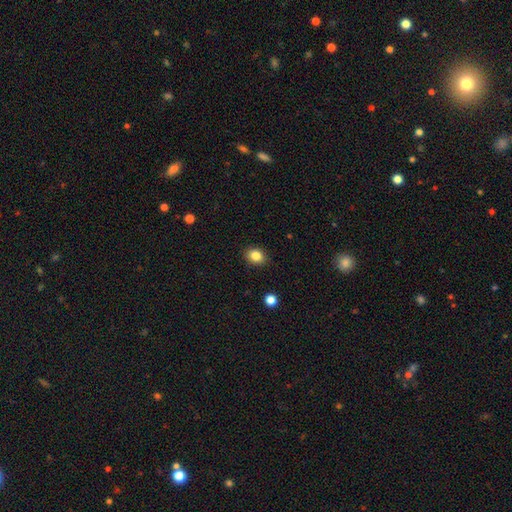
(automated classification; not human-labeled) Smooth or featured: smooth — 84% (star or artifact — 10%)
How rounded: round — 50% (in between — 49%)
Merging: none — 89% (minor disturbance — 8%)